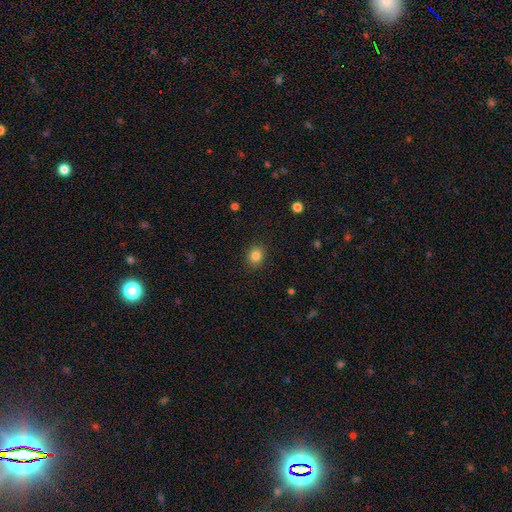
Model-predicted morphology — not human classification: Q: Smooth or featured?
A: smooth (84%); runner-up: star or artifact (11%)
Q: How rounded?
A: round (67%); runner-up: in between (32%)
Q: Merging?
A: none (89%); runner-up: minor disturbance (8%)